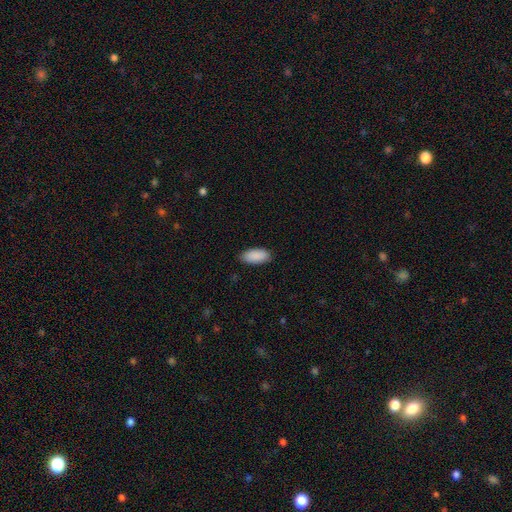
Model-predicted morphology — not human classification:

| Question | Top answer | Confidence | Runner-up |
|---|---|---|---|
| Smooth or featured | smooth | 91% | star or artifact (6%) |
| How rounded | in between | 91% | cigar-shaped (7%) |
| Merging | none | 88% | minor disturbance (9%) |